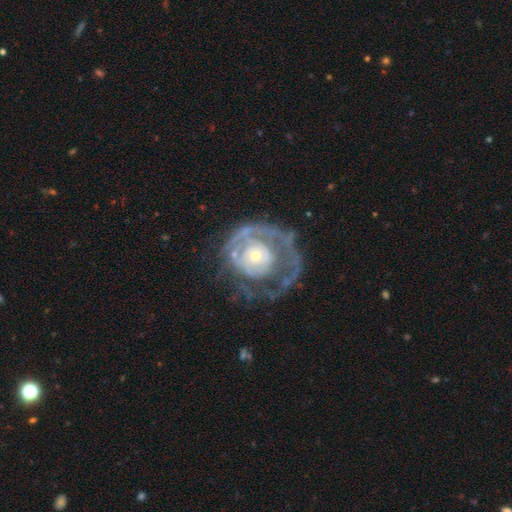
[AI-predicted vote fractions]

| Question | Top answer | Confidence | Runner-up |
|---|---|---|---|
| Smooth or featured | featured or disk | 76% | smooth (17%) |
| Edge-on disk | no | 97% | yes (3%) |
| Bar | no | 84% | weak (12%) |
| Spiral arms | yes | 60% | no (40%) |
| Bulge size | small | 63% | moderate (29%) |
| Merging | none | 40% | major disturbance (38%) |